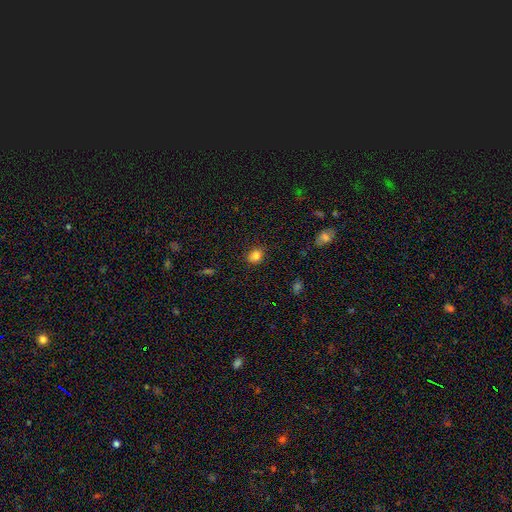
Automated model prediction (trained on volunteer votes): This appears to be a smooth galaxy with no disk features (82%) that is round (61%). Merging: none (83%).